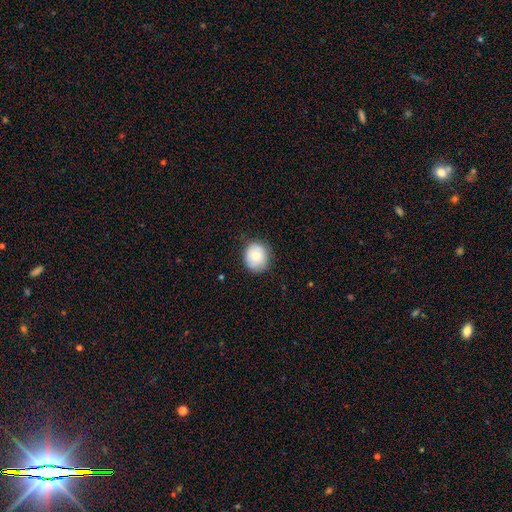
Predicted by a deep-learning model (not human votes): Smooth or featured? smooth (81%)
How rounded? round (78%)
Merging? none (80%)